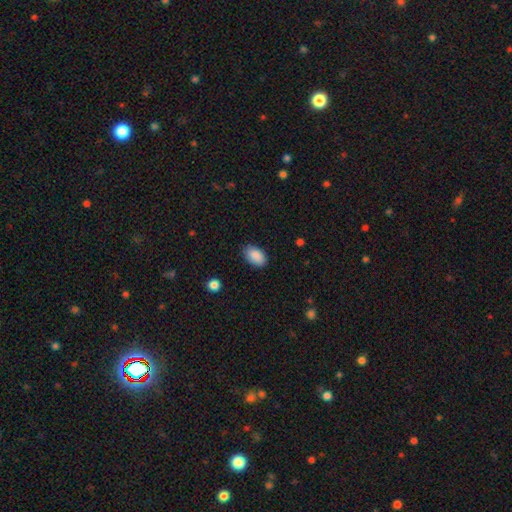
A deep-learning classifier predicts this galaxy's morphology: Smooth or featured: smooth — 90% (star or artifact — 7%)
How rounded: in between — 92% (round — 6%)
Merging: none — 84% (minor disturbance — 13%)